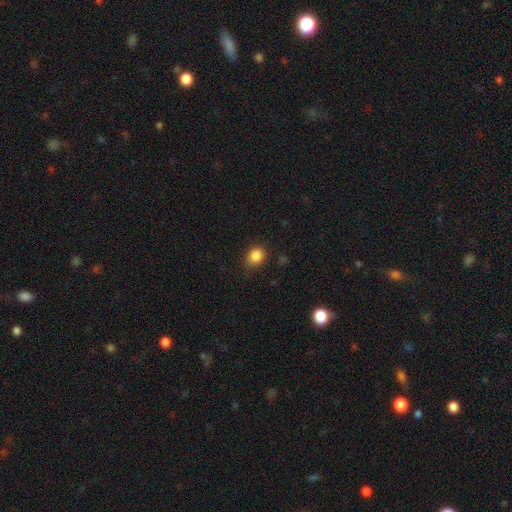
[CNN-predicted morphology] Smooth or featured? smooth (86%)
How rounded? round (63%)
Merging? none (81%)